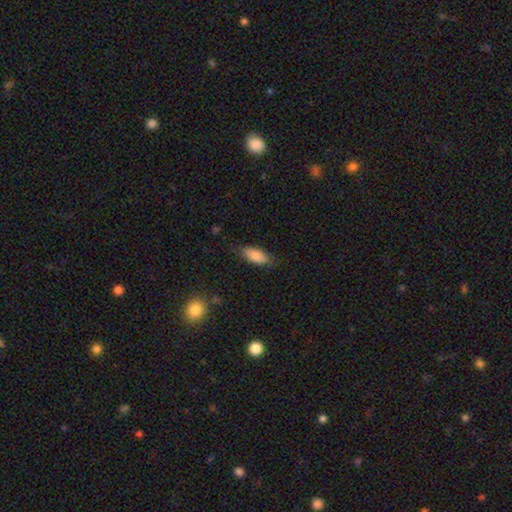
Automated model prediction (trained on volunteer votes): The model was most divided on "merging": none: 72%, minor disturbance: 21%, major disturbance: 5%, merger: 1%. More confident: how rounded — in between (85%); smooth or featured — smooth (83%).